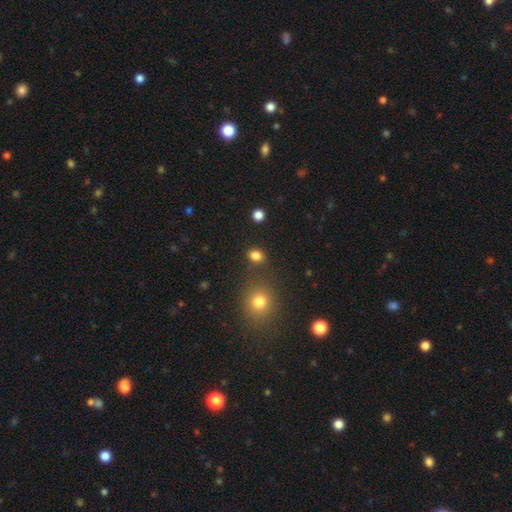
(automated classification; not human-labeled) Morphology: type=smooth (83%); roundness=in between (59%); merging=none (80%).